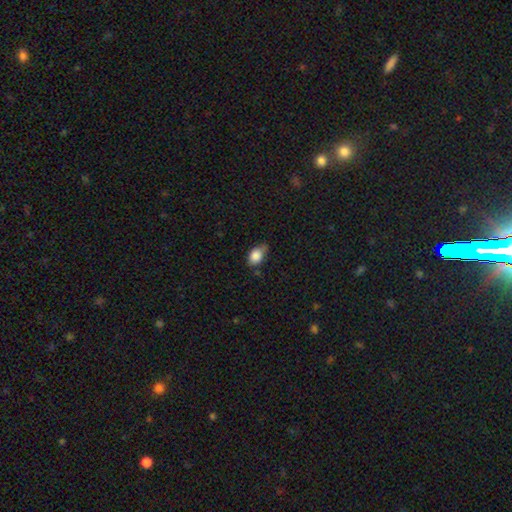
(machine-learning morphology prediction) The model was most divided on "merging": none: 44%, minor disturbance: 43%, major disturbance: 9%, merger: 4%. More confident: smooth or featured — smooth (86%); how rounded — in between (71%).